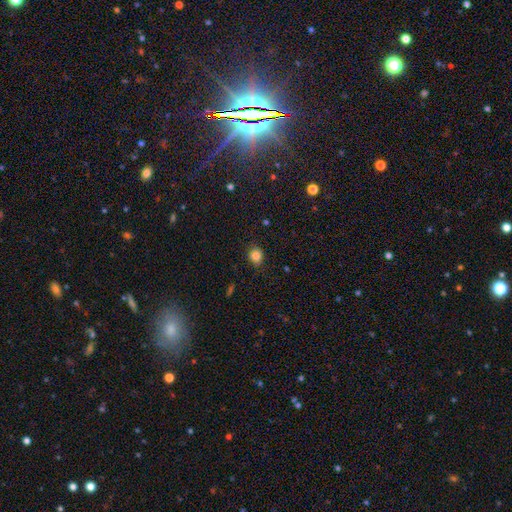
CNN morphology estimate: smooth-or-featured: smooth: 84% | star or artifact: 12% | featured or disk: 4%
  how-rounded: round: 78% | in between: 21% | cigar-shaped: 1%
  merging: none: 80% | minor disturbance: 15% | major disturbance: 3% | merger: 1%